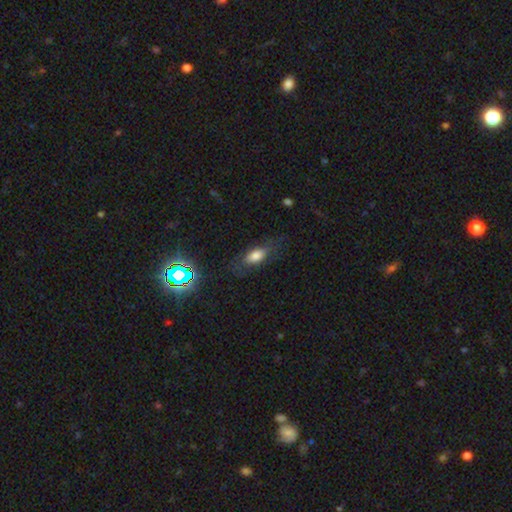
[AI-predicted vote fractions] A smooth galaxy with no disk features (66%) that is in between round and cigar-shaped (80%).

Vote fractions:
- Smooth or featured? smooth: 66% / featured or disk: 21% / star or artifact: 13%
- How rounded? in between: 80% / cigar-shaped: 14% / round: 6%
- Merging? none: 68% / minor disturbance: 19% / major disturbance: 11% / merger: 2%